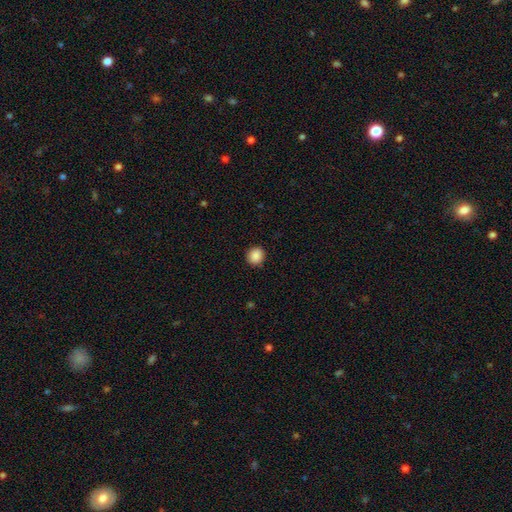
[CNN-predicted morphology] A smooth galaxy with no disk features (88%) that is round (87%).

Vote fractions:
- Smooth or featured? smooth: 88% / star or artifact: 9% / featured or disk: 3%
- How rounded? round: 87% / in between: 12% / cigar-shaped: 1%
- Merging? none: 91% / minor disturbance: 6% / major disturbance: 2% / merger: 1%